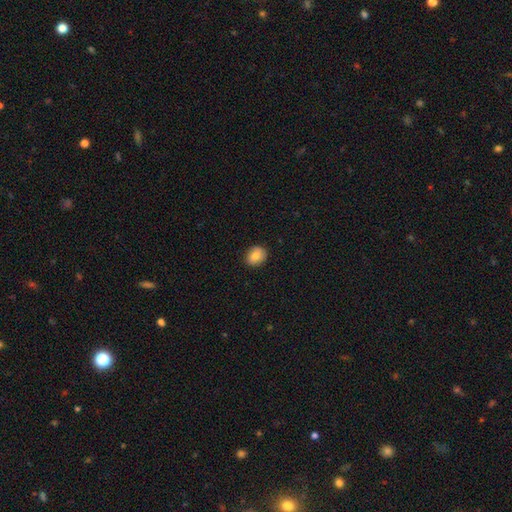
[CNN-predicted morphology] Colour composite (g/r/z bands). It shows a smooth galaxy with no disk features (82%) that is round (61%). Merging: none (87%).